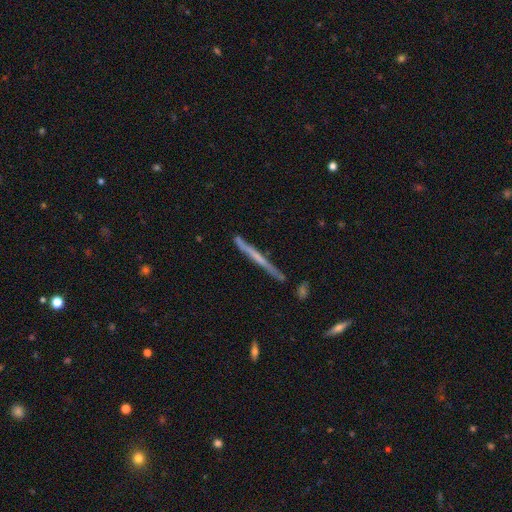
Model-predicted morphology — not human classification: This is possibly a featured or disk galaxy (58%). It is clearly viewed edge-on (97%). Edge-on bulge: likely none (79%). Merging: clearly none (84%).